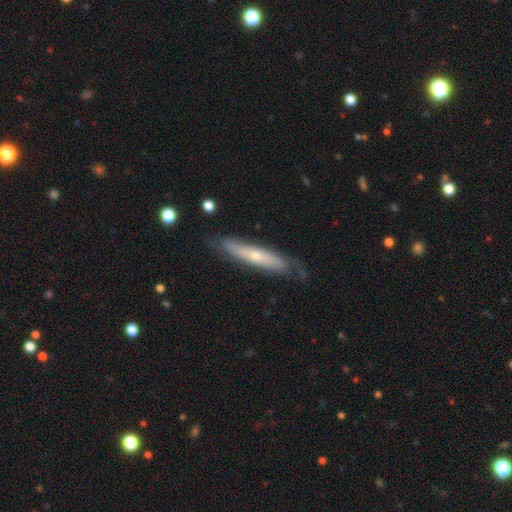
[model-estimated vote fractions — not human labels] Morphology: type=featured or disk (55%); edge-on=yes (70%); merging=none (75%).